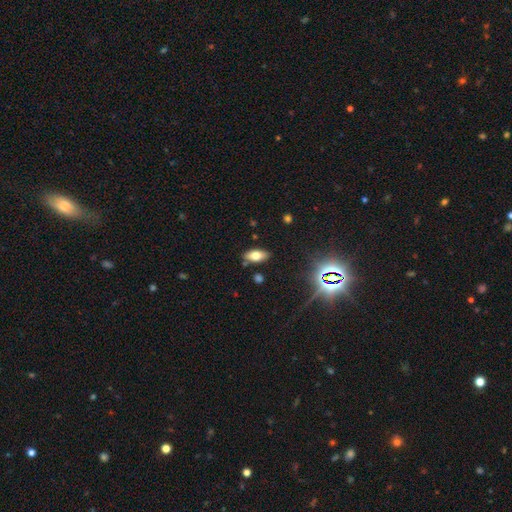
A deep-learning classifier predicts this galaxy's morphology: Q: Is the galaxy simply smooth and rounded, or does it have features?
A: smooth — 70%.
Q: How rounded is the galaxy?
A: in between — 87%.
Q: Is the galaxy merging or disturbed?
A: none — 82%.